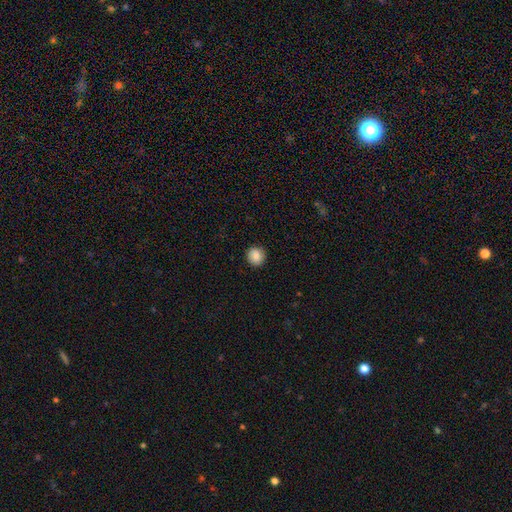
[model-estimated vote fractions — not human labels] smooth_or_featured: smooth (p=0.85) [alt: star or artifact p=0.09]
how_rounded: round (p=0.91) [alt: in between p=0.08]
merging: none (p=0.92) [alt: minor disturbance p=0.06]